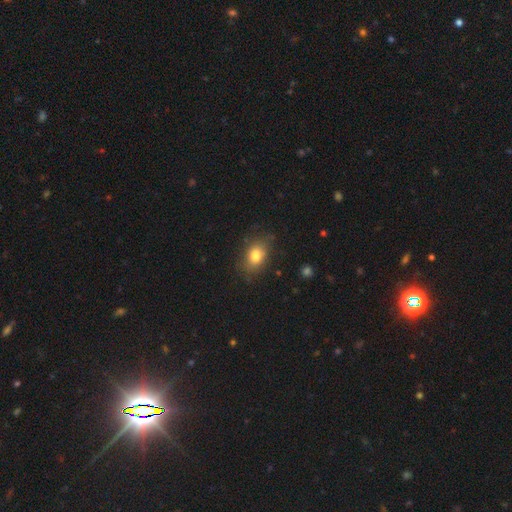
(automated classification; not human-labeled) Smooth or featured?
  - smooth: 80% *
  - featured or disk: 11%
  - star or artifact: 10%
How rounded?
  - in between: 70% *
  - round: 29%
  - cigar-shaped: 2%
Merging?
  - none: 77% *
  - minor disturbance: 17%
  - major disturbance: 5%
  - merger: 2%